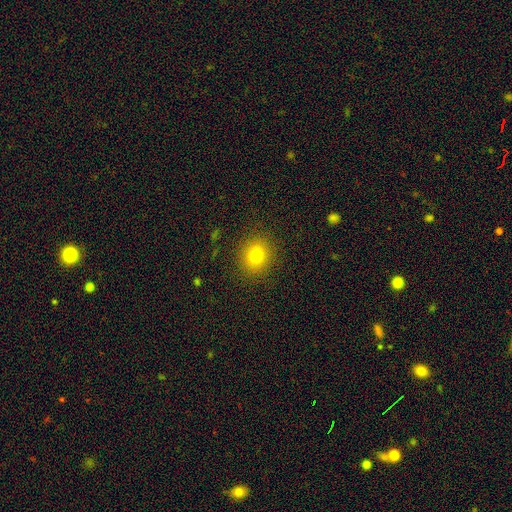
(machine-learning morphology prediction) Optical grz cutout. It shows a smooth galaxy with no disk features (78%) that is round (78%). Merging: none (89%).